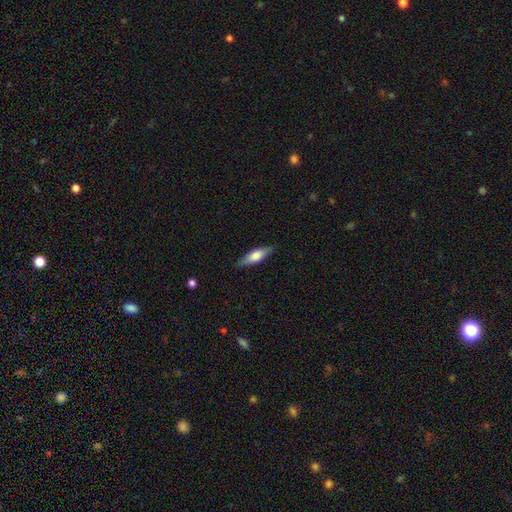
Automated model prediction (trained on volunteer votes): Smooth or featured?
  - smooth: 61% *
  - featured or disk: 33%
  - star or artifact: 6%
How rounded?
  - cigar-shaped: 49% *
  - in between: 48%
  - round: 2%
Merging?
  - none: 85% *
  - minor disturbance: 12%
  - major disturbance: 2%
  - merger: 1%